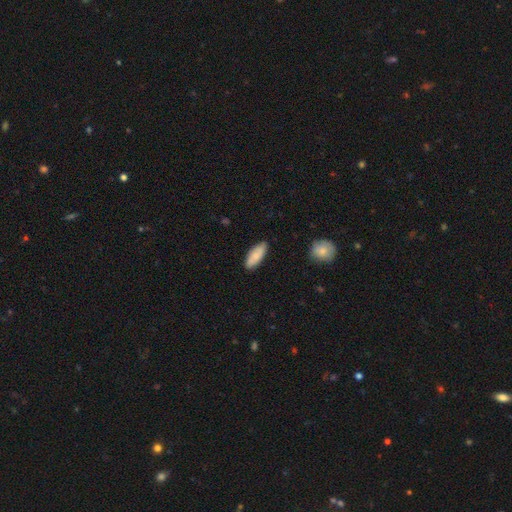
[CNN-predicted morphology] The model was most divided on "how rounded": in between: 76%, cigar-shaped: 22%, round: 2%. More confident: merging — none (85%); smooth or featured — smooth (83%).